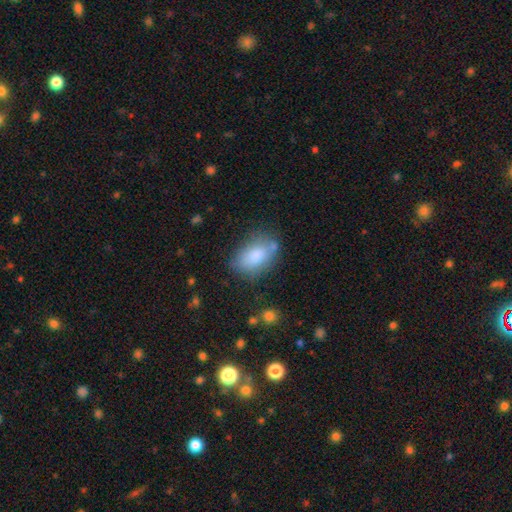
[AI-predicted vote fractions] Morphology: type=smooth (82%); roundness=in between (89%); merging=none (67%).